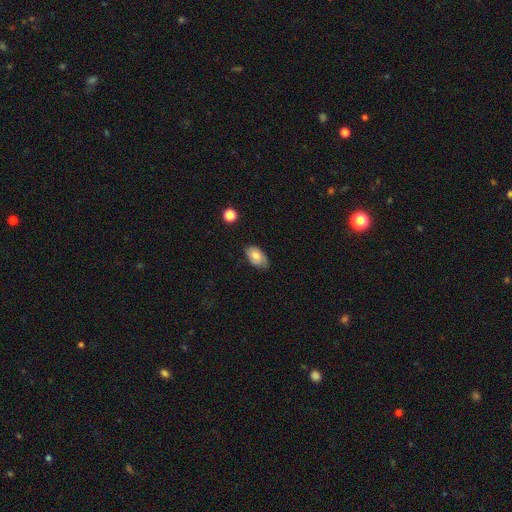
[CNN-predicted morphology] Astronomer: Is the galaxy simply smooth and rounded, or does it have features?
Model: smooth — 67%.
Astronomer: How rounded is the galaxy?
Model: in between — 91%.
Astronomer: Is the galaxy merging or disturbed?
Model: none — 69%.